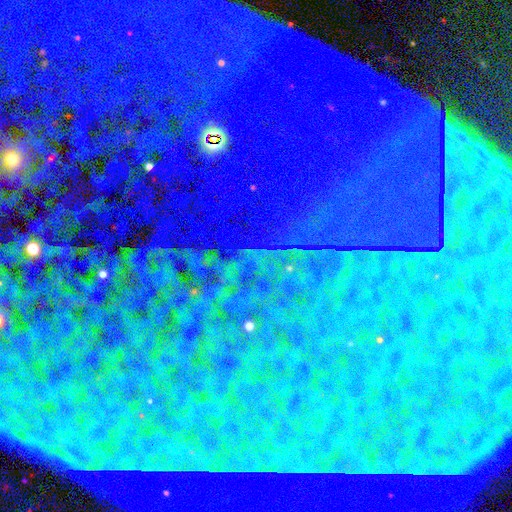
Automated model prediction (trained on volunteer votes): Smooth or featured?
  - star or artifact: 84% *
  - smooth: 8%
  - featured or disk: 7%